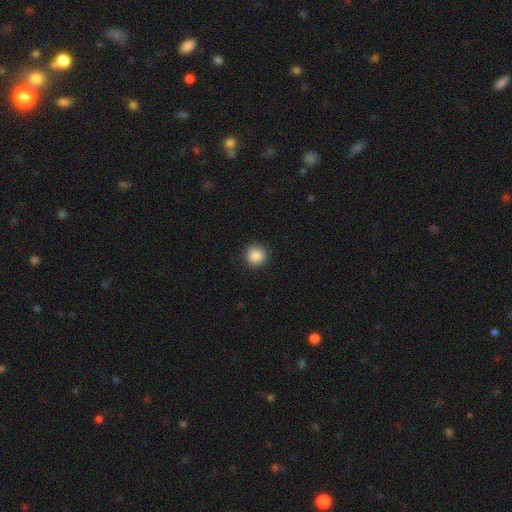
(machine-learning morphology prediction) smooth 88%, star or artifact 9%, featured or disk 3%. Down the decision tree: how rounded — round (95%); merging — none (92%).